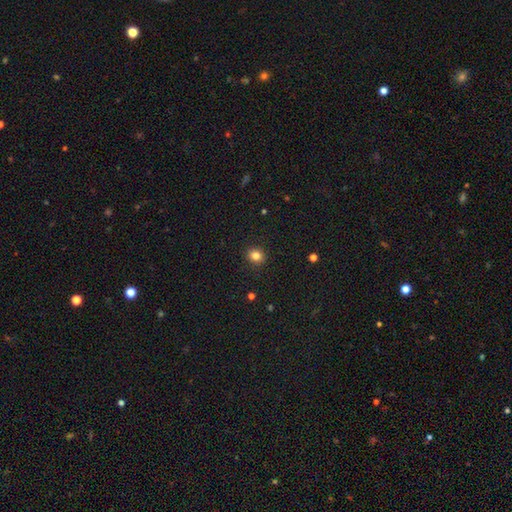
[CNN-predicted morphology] Q: Smooth or featured?
A: smooth (83%); runner-up: star or artifact (12%)
Q: How rounded?
A: round (73%); runner-up: in between (26%)
Q: Merging?
A: none (91%); runner-up: minor disturbance (7%)